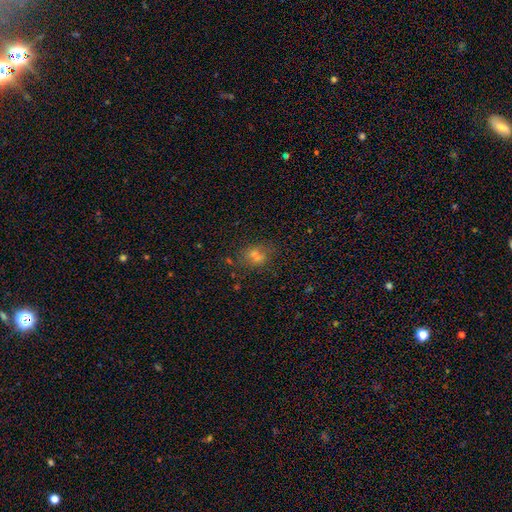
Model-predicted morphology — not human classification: Smooth or featured? Predicted: smooth (p=0.54). How rounded? Predicted: in between (p=0.56). Merging? Predicted: none (p=0.63).